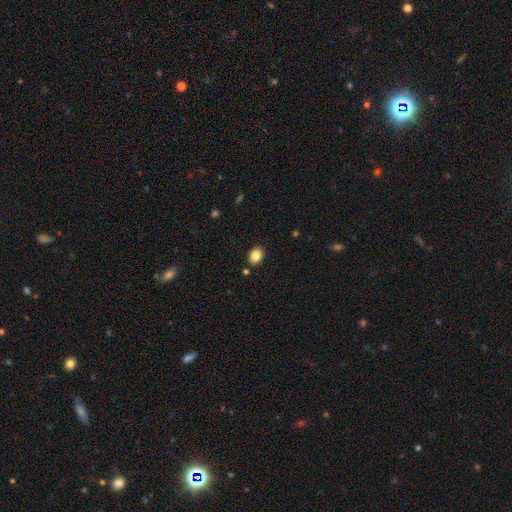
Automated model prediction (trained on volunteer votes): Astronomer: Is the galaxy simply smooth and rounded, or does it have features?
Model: smooth — 84%.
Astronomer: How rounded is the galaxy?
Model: in between — 71%.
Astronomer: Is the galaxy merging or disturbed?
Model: none — 87%.